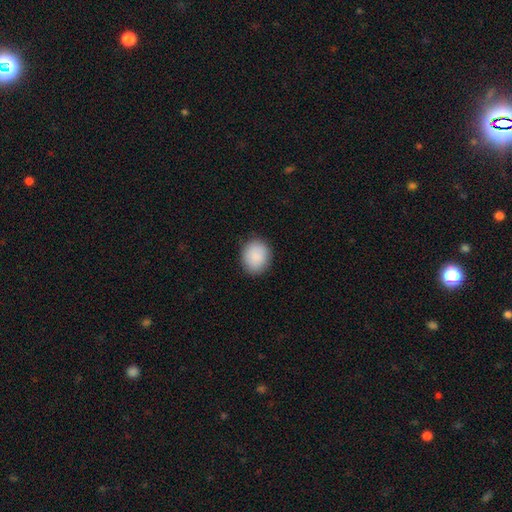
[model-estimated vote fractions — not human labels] Morphology: type=smooth (90%); roundness=round (66%); merging=none (88%).